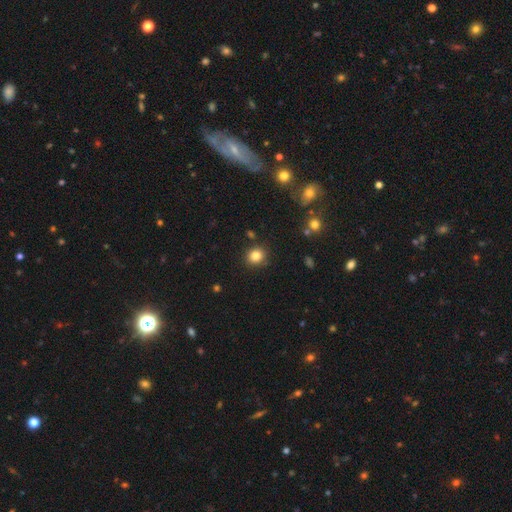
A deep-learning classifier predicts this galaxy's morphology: The model was most divided on "how rounded": round: 82%, in between: 18%, cigar-shaped: 1%. More confident: merging — none (87%); smooth or featured — smooth (82%).